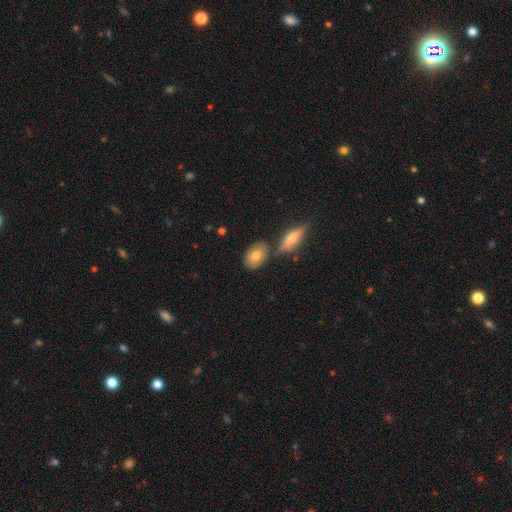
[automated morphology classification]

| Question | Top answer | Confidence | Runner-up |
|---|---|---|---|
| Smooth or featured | smooth | 70% | featured or disk (23%) |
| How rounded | in between | 82% | round (14%) |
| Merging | none | 64% | merger (18%) |